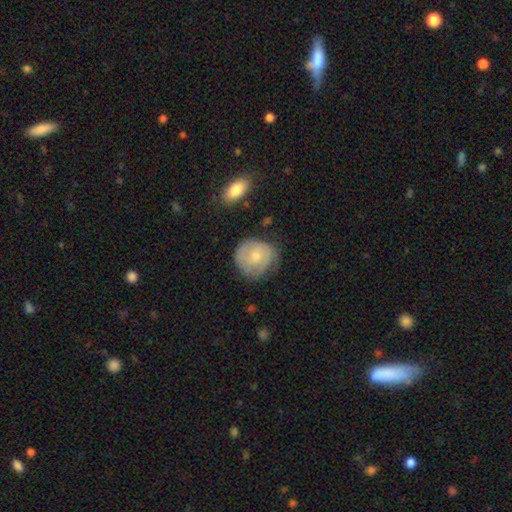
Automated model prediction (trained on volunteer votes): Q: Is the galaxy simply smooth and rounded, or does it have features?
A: smooth — 51%.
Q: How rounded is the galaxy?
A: round — 84%.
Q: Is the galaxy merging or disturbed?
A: none — 64%.